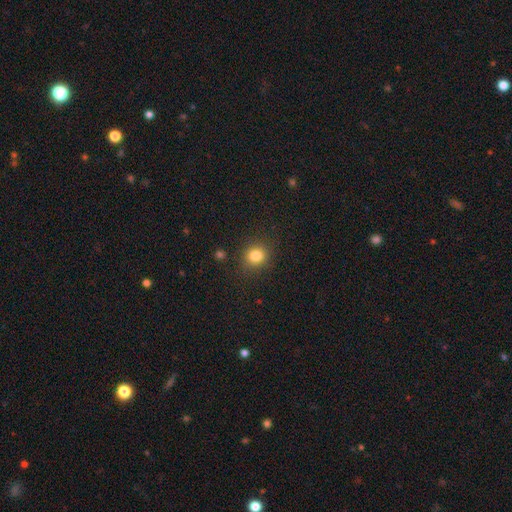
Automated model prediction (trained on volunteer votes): smooth 83%, star or artifact 12%, featured or disk 5%. Down the decision tree: how rounded — round (77%); merging — none (85%).